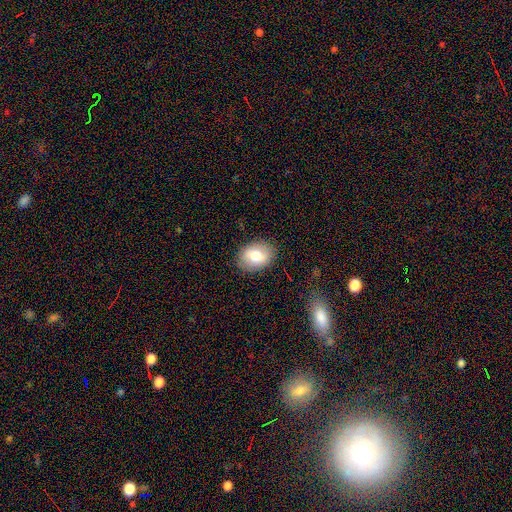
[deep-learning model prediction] Q: Smooth or featured?
A: smooth (72%); runner-up: featured or disk (20%)
Q: How rounded?
A: in between (72%); runner-up: round (27%)
Q: Merging?
A: none (86%); runner-up: minor disturbance (10%)